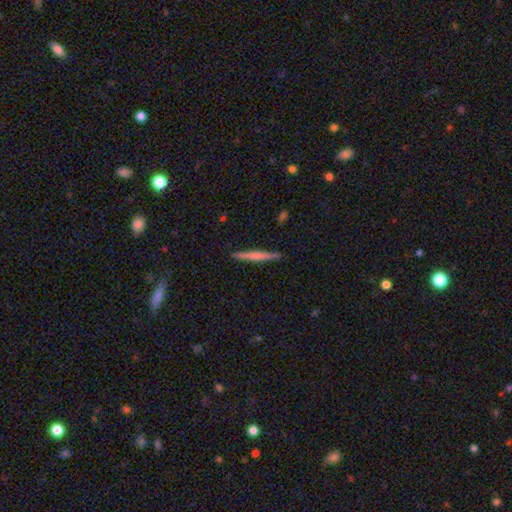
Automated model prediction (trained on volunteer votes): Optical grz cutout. It shows a smooth galaxy with no disk features (50%). Merging: none (90%).